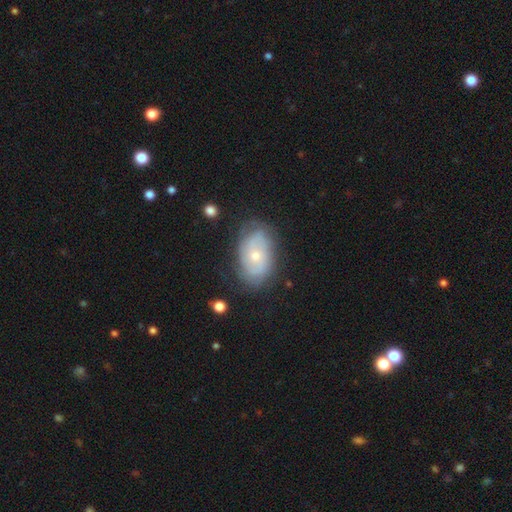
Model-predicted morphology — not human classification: The model was most divided on "bulge size": small: 58%, moderate: 38%, large: 1%, none: 1%, dominant: 1%. More confident: edge-on disk — no (95%); bar — no (79%); spiral arms — yes (79%); merging — none (74%); smooth or featured — featured or disk (64%).